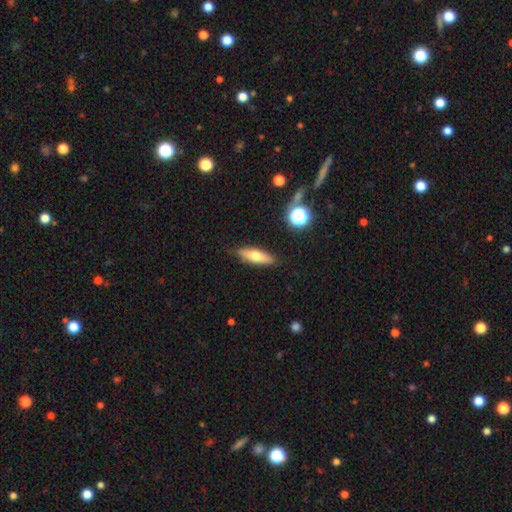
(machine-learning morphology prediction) Q: Smooth or featured?
A: smooth (58%); runner-up: featured or disk (34%)
Q: How rounded?
A: cigar-shaped (58%); runner-up: in between (38%)
Q: Merging?
A: none (86%); runner-up: minor disturbance (10%)